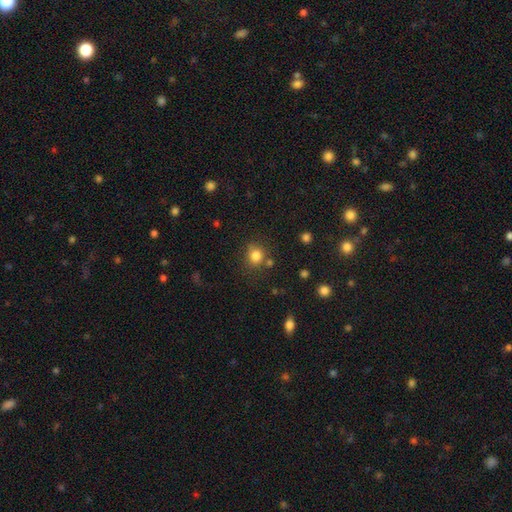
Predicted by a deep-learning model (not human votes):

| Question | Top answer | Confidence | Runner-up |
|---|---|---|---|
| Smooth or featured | smooth | 82% | star or artifact (12%) |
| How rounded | round | 81% | in between (18%) |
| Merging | none | 74% | minor disturbance (13%) |